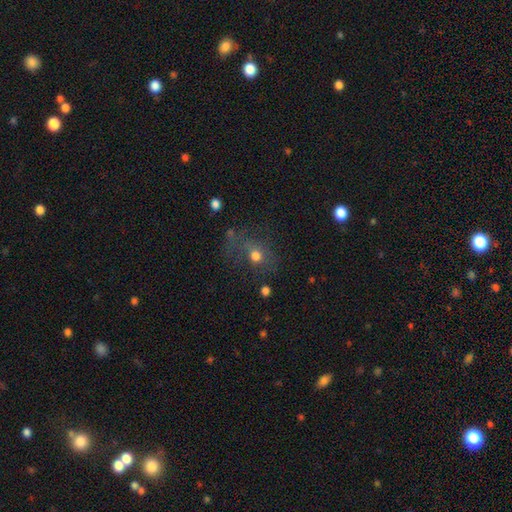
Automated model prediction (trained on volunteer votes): Smooth or featured? smooth (65%)
How rounded? round (65%)
Merging? none (50%)